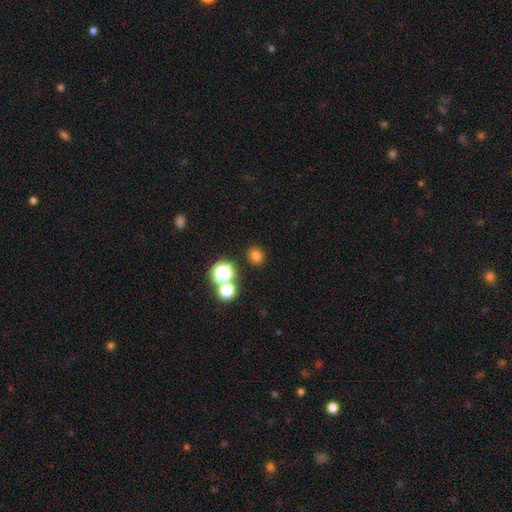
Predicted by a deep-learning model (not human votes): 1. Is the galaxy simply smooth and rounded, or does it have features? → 74% smooth, 20% star or artifact, 6% featured or disk.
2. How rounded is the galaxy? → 86% round, 13% in between, 1% cigar-shaped.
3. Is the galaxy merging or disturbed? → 86% none, 7% minor disturbance, 5% merger, 3% major disturbance.